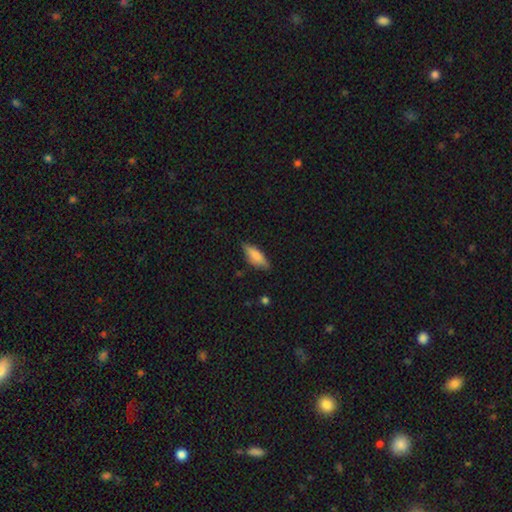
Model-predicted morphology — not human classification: A smooth galaxy with no disk features (77%) that is in between round and cigar-shaped (63%).

Vote fractions:
- Smooth or featured? smooth: 77% / featured or disk: 16% / star or artifact: 7%
- How rounded? in between: 63% / cigar-shaped: 35% / round: 2%
- Merging? none: 74% / minor disturbance: 20% / major disturbance: 3% / merger: 2%